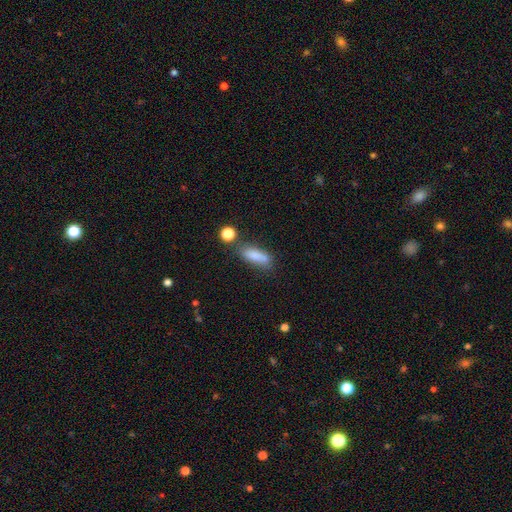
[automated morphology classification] Smooth or featured? Predicted: smooth (p=0.81). How rounded? Predicted: in between (p=0.53). Merging? Predicted: none (p=0.59).